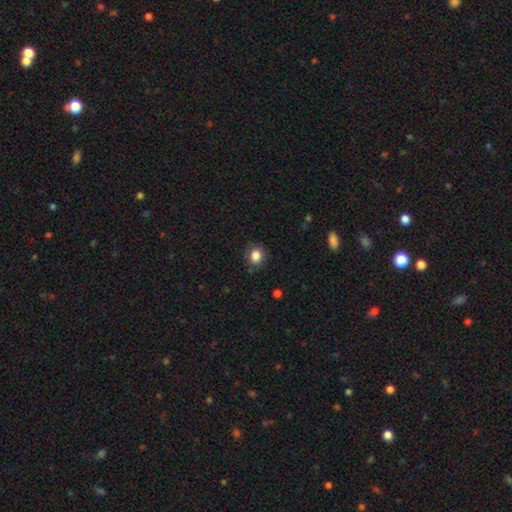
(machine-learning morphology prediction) This is clearly a smooth galaxy (85%). How rounded: possibly round (56%). Merging: clearly none (82%).